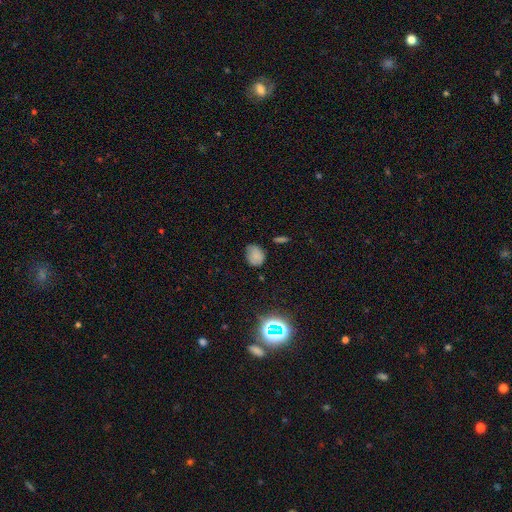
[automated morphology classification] Smooth or featured? Predicted: smooth (p=0.76). How rounded? Predicted: round (p=0.56). Merging? Predicted: none (p=0.65).